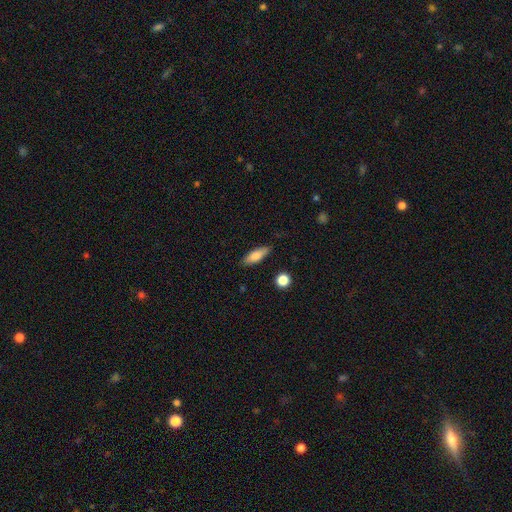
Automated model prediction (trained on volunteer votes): Smooth or featured? smooth (74%)
How rounded? in between (54%)
Merging? none (84%)